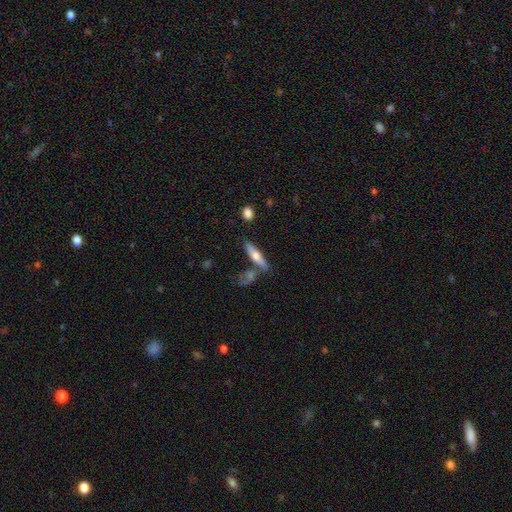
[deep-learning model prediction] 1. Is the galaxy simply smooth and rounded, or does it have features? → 54% smooth, 40% featured or disk, 6% star or artifact.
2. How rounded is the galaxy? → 72% cigar-shaped, 26% in between, 2% round.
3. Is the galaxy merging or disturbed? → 68% none, 14% minor disturbance, 14% merger, 4% major disturbance.